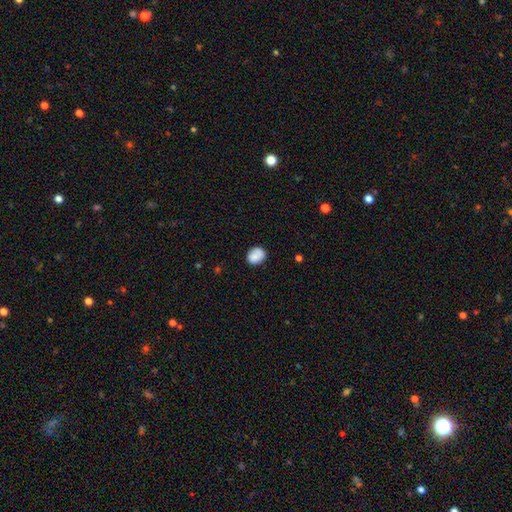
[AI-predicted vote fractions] Smooth or featured?
  - smooth: 82% *
  - featured or disk: 10%
  - star or artifact: 8%
How rounded?
  - round: 53% *
  - in between: 46%
  - cigar-shaped: 1%
Merging?
  - none: 73% *
  - minor disturbance: 18%
  - major disturbance: 4%
  - merger: 4%